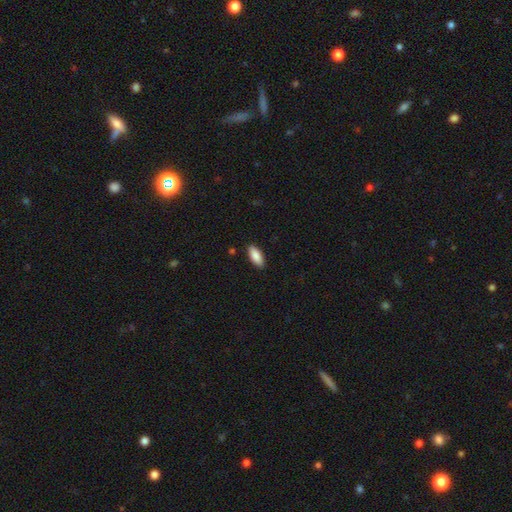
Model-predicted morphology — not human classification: Overall: smooth (88%). How rounded: in between (83%). Merging: none (89%).